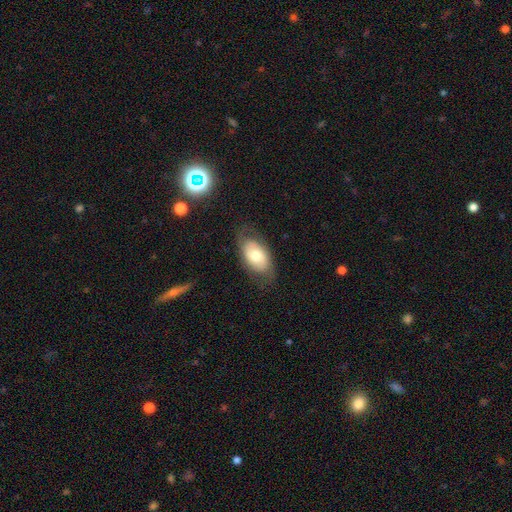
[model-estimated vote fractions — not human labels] smooth-or-featured: smooth: 59% | featured or disk: 33% | star or artifact: 8%
  how-rounded: in between: 92% | round: 6% | cigar-shaped: 2%
  merging: none: 69% | minor disturbance: 20% | major disturbance: 9% | merger: 1%